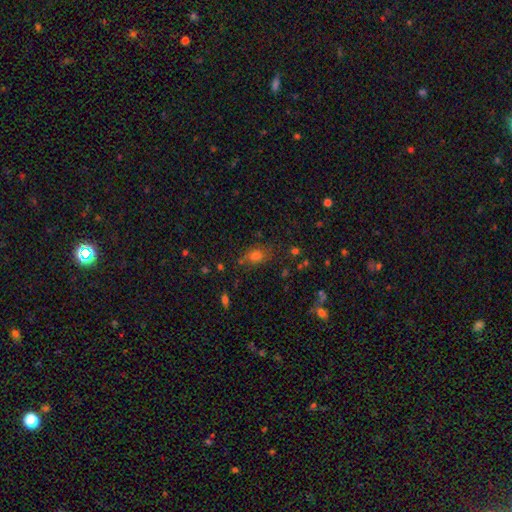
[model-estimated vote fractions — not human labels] Q: Smooth or featured?
A: smooth (71%); runner-up: star or artifact (21%)
Q: How rounded?
A: in between (54%); runner-up: round (44%)
Q: Merging?
A: none (73%); runner-up: minor disturbance (16%)